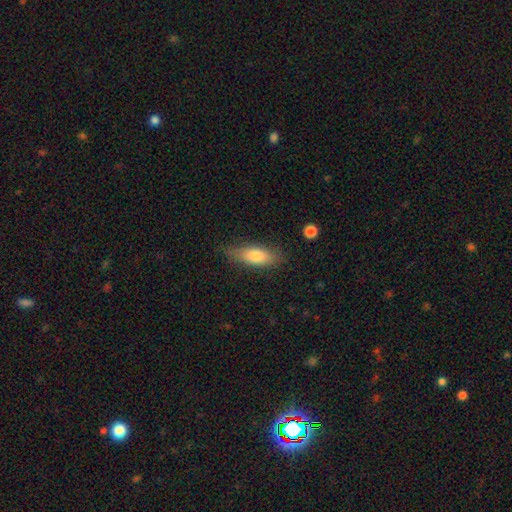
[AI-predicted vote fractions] Q: Smooth or featured?
A: smooth (78%); runner-up: featured or disk (16%)
Q: How rounded?
A: in between (65%); runner-up: cigar-shaped (33%)
Q: Merging?
A: none (73%); runner-up: minor disturbance (21%)